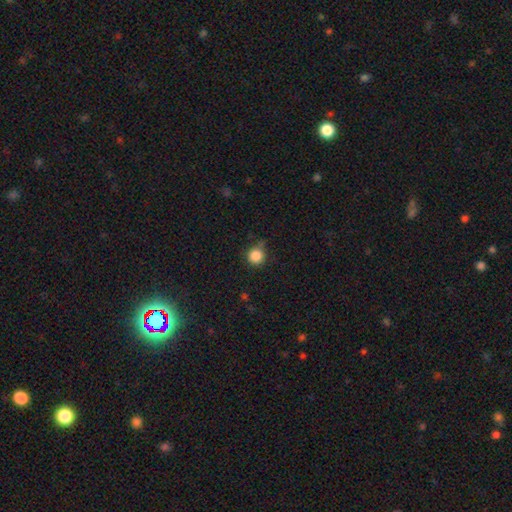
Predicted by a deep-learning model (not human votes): A smooth galaxy with no disk features (85%) that is round (94%).

Vote fractions:
- Smooth or featured? smooth: 85% / star or artifact: 11% / featured or disk: 4%
- How rounded? round: 94% / in between: 6% / cigar-shaped: 1%
- Merging? none: 74% / minor disturbance: 19% / major disturbance: 4% / merger: 3%